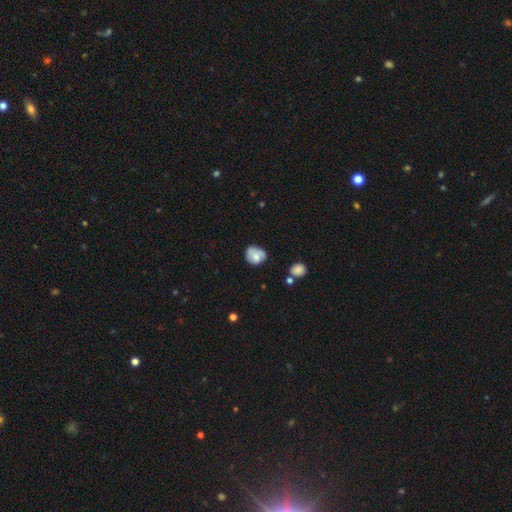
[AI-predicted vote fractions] A smooth galaxy with no disk features (65%) that is round (65%). Merging: none (53%).